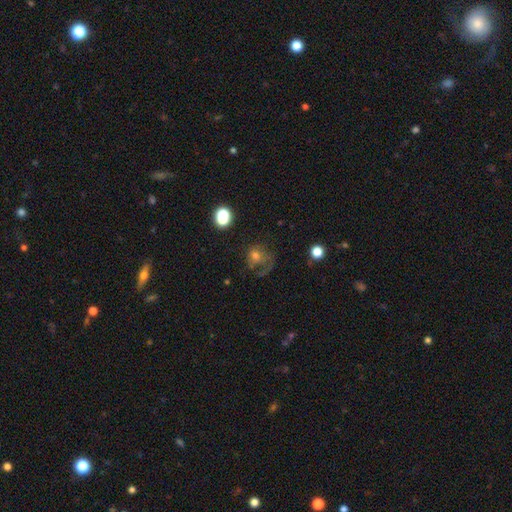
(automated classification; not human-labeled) Morphology: type=smooth (47%); merging=major disturbance (44%).